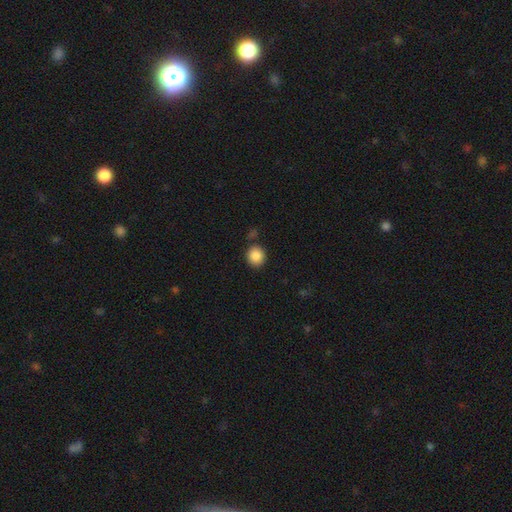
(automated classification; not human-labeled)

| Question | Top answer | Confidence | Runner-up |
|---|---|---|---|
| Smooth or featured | smooth | 87% | star or artifact (9%) |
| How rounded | round | 88% | in between (11%) |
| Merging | none | 81% | minor disturbance (9%) |